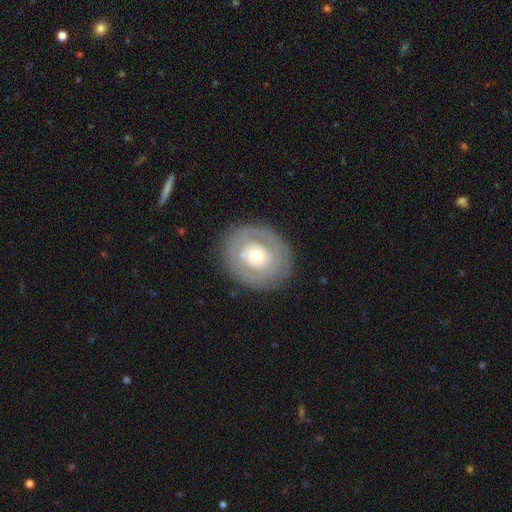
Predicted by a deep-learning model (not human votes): The model was most divided on "smooth or featured": featured or disk: 56%, smooth: 38%, star or artifact: 6%. More confident: edge-on disk — no (96%); bar — no (86%); merging — none (81%); spiral arms — no (72%); bulge size — moderate (56%).